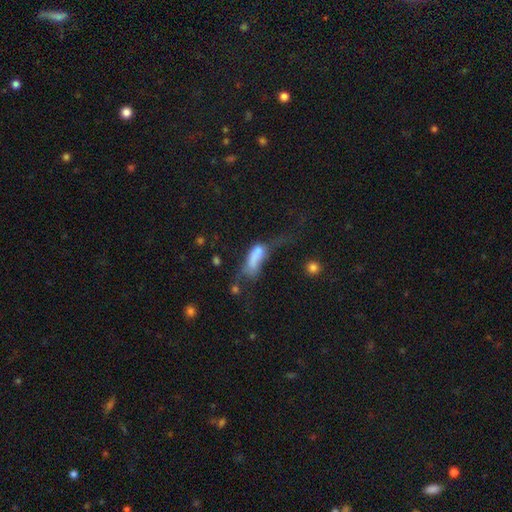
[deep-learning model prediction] smooth-or-featured: smooth: 60% | featured or disk: 28% | star or artifact: 12%
  how-rounded: in between: 71% | cigar-shaped: 23% | round: 6%
  merging: major disturbance: 44% | merger: 28% | minor disturbance: 14% | none: 14%